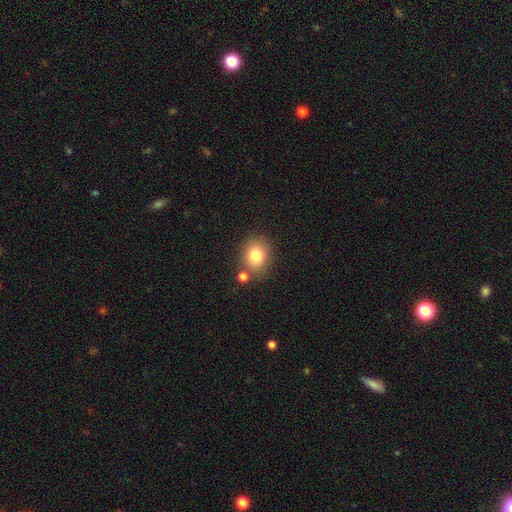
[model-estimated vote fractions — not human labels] Q: Smooth or featured?
A: smooth (80%); runner-up: star or artifact (10%)
Q: How rounded?
A: round (56%); runner-up: in between (43%)
Q: Merging?
A: none (73%); runner-up: merger (12%)